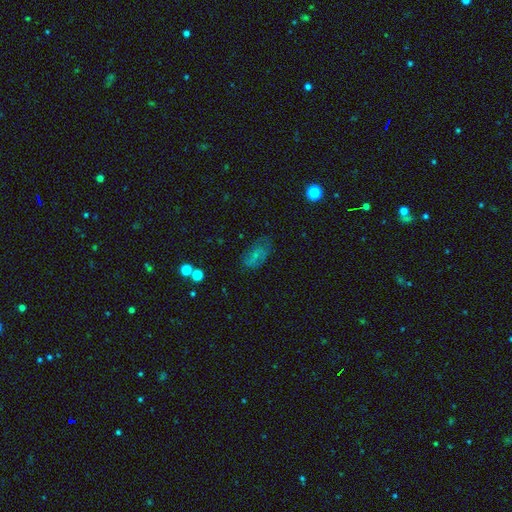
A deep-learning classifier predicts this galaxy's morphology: smooth_or_featured: smooth (p=0.49) [alt: featured or disk p=0.37]
merging: none (p=0.61) [alt: minor disturbance p=0.25]